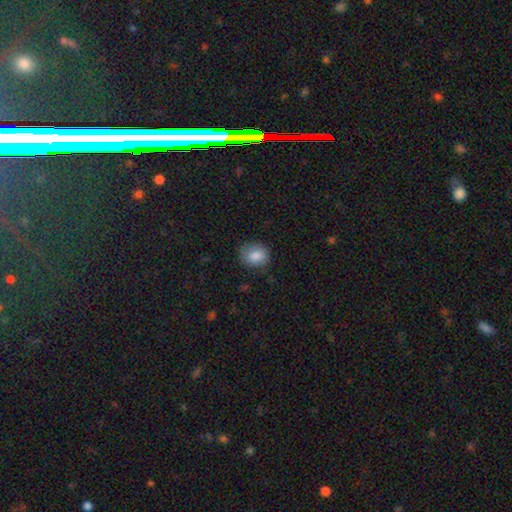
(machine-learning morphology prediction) A smooth galaxy with no disk features (84%) that is round (65%).

Vote fractions:
- Smooth or featured? smooth: 84% / star or artifact: 8% / featured or disk: 8%
- How rounded? round: 65% / in between: 34% / cigar-shaped: 1%
- Merging? none: 73% / minor disturbance: 21% / major disturbance: 5% / merger: 1%